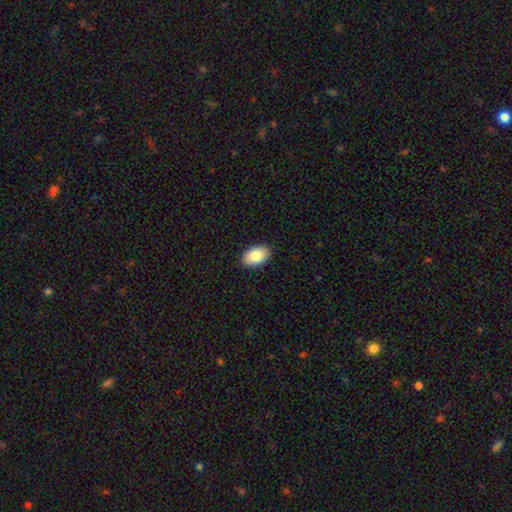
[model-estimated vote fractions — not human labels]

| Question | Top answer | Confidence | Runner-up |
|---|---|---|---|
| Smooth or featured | smooth | 84% | featured or disk (9%) |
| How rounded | in between | 92% | round (7%) |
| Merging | none | 90% | minor disturbance (8%) |